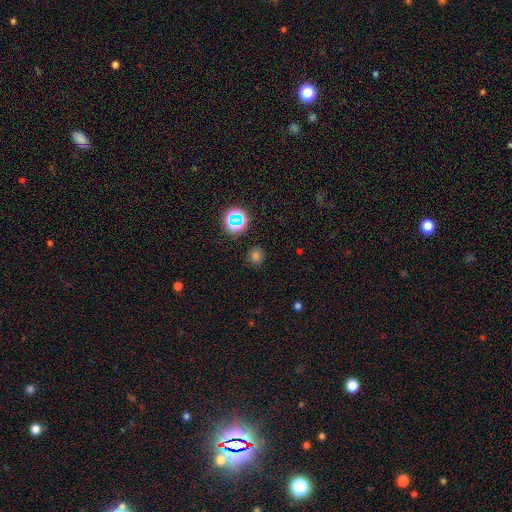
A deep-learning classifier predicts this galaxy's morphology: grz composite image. It shows a smooth galaxy with no disk features (69%) that is round (84%). Merging: none (86%).